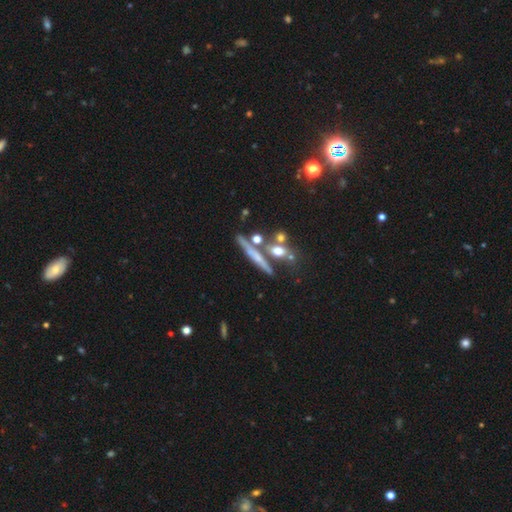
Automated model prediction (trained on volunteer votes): Smooth or featured?
  - featured or disk: 52% *
  - smooth: 33%
  - star or artifact: 14%
Edge-on disk?
  - yes: 87% *
  - no: 13%
Merging?
  - none: 66% *
  - merger: 17%
  - minor disturbance: 12%
  - major disturbance: 5%